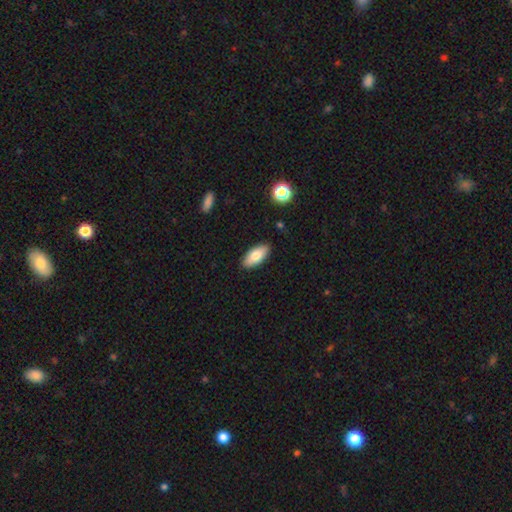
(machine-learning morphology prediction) Smooth or featured?
  - smooth: 77% *
  - featured or disk: 16%
  - star or artifact: 7%
How rounded?
  - in between: 89% *
  - cigar-shaped: 9%
  - round: 2%
Merging?
  - none: 88% *
  - minor disturbance: 9%
  - major disturbance: 2%
  - merger: 1%